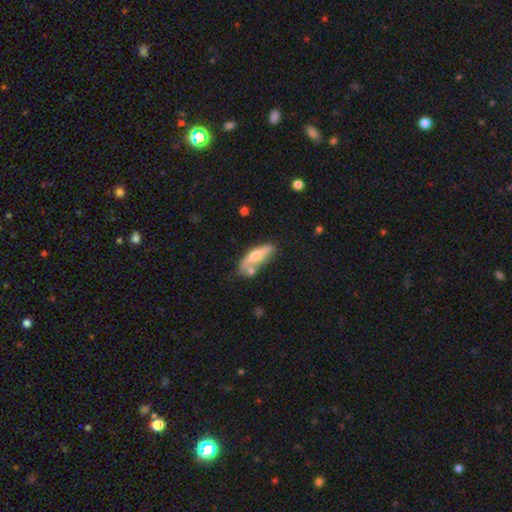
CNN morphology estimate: The model was most divided on "smooth or featured": smooth: 48%, featured or disk: 46%, star or artifact: 6%. More confident: merging — none (50%).